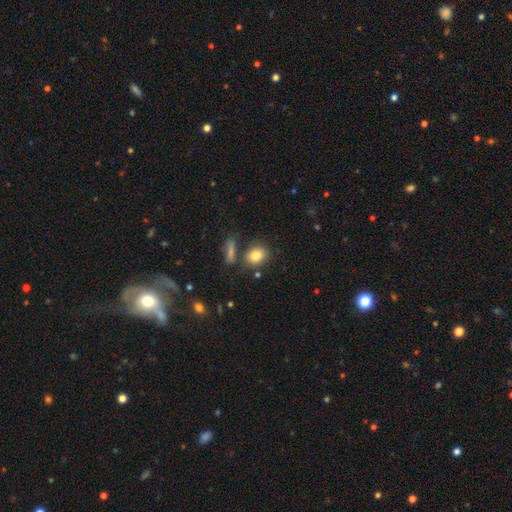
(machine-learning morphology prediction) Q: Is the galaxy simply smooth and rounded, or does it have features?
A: smooth — 82%.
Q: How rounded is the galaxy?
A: in between — 54%.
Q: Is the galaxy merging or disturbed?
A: none — 68%.